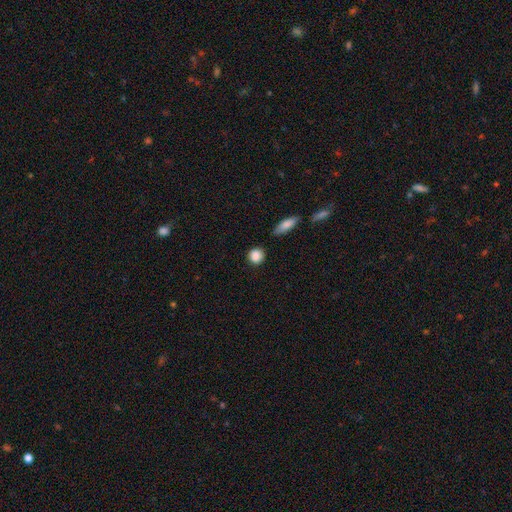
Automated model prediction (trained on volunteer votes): Q: Smooth or featured?
A: smooth (88%); runner-up: star or artifact (8%)
Q: How rounded?
A: round (88%); runner-up: in between (10%)
Q: Merging?
A: none (83%); runner-up: minor disturbance (11%)